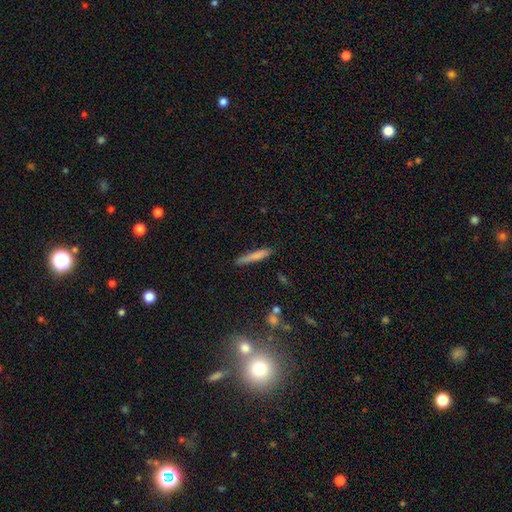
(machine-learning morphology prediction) This is likely a smooth galaxy (74%). How rounded: clearly cigar-shaped (92%). Merging: clearly none (81%).